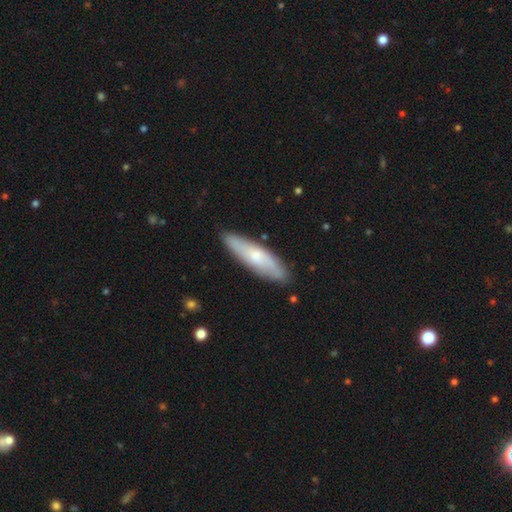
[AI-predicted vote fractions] Smooth or featured?
  - smooth: 53% *
  - featured or disk: 41%
  - star or artifact: 6%
How rounded?
  - cigar-shaped: 69% *
  - in between: 29%
  - round: 2%
Merging?
  - none: 85% *
  - minor disturbance: 12%
  - major disturbance: 2%
  - merger: 1%